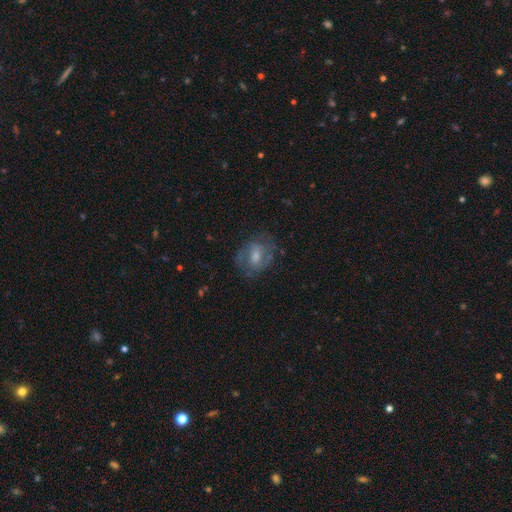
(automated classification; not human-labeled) Morphology: type=featured or disk (58%); edge-on=no (96%); bar=weak (46%); spiral arms=yes (72%); bulge=moderate (50%); merging=none (71%).